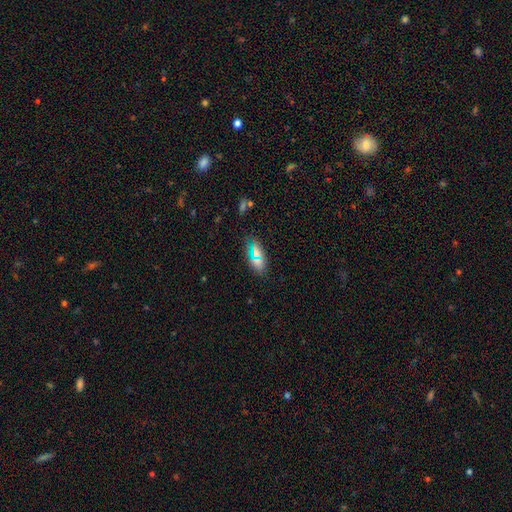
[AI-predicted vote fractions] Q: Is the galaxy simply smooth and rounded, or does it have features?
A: smooth — 68%.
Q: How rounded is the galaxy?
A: in between — 86%.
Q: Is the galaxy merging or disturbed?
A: none — 81%.